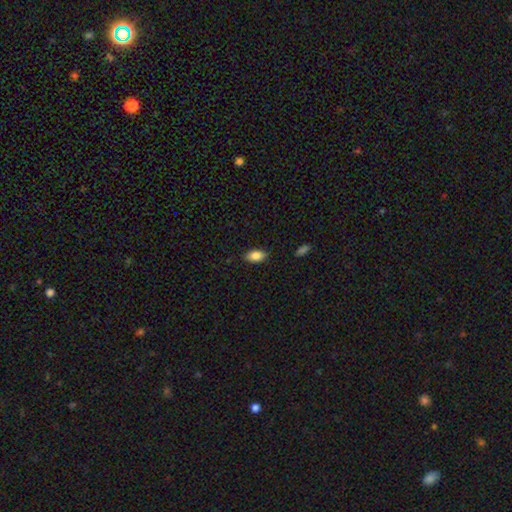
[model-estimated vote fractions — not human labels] Smooth or featured? Predicted: smooth (p=0.87). How rounded? Predicted: in between (p=0.92). Merging? Predicted: none (p=0.86).